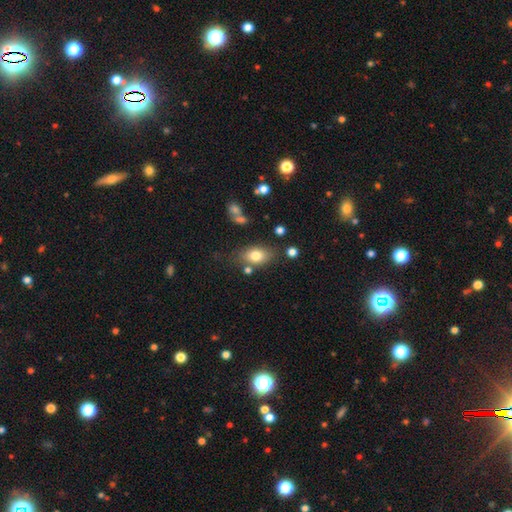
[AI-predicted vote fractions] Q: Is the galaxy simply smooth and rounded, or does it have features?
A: smooth — 78%.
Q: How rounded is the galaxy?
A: in between — 82%.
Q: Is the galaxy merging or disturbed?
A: none — 71%.